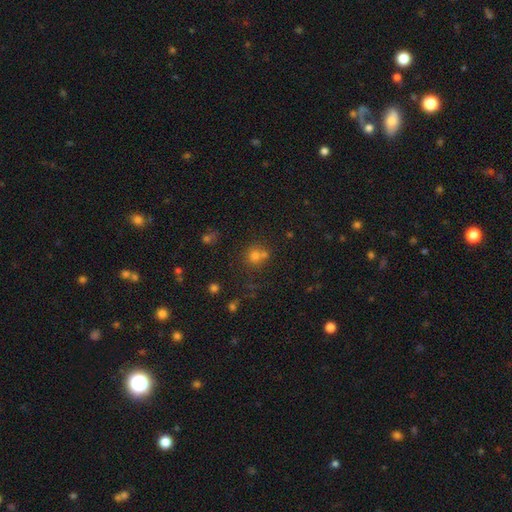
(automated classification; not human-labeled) Morphology: type=smooth (64%); roundness=round (85%); merging=none (55%).